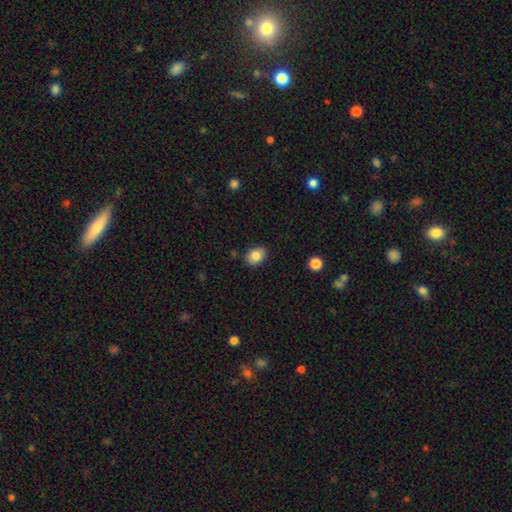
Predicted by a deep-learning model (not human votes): Q: Smooth or featured?
A: smooth (84%); runner-up: star or artifact (8%)
Q: How rounded?
A: in between (63%); runner-up: round (36%)
Q: Merging?
A: none (85%); runner-up: minor disturbance (11%)